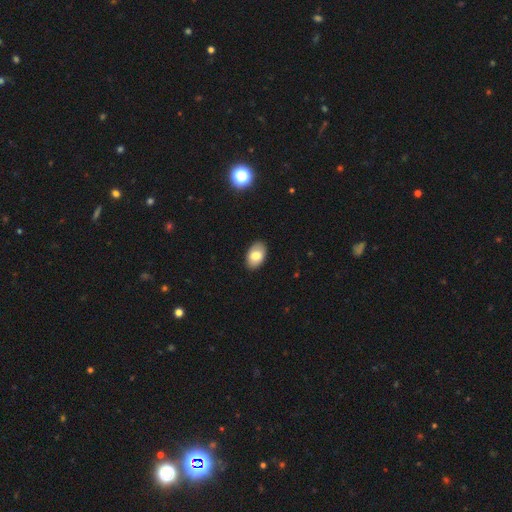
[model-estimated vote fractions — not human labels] smooth_or_featured: smooth (p=0.80) [alt: featured or disk p=0.13]
how_rounded: in between (p=0.92) [alt: round p=0.06]
merging: none (p=0.87) [alt: minor disturbance p=0.10]